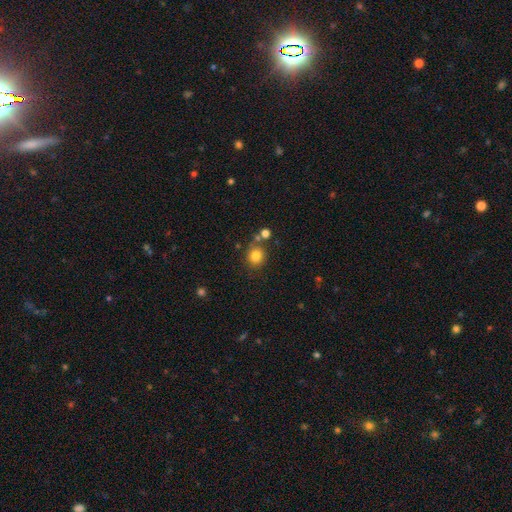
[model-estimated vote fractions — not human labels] A smooth galaxy with no disk features (81%) that is round (82%).

Vote fractions:
- Smooth or featured? smooth: 81% / star or artifact: 11% / featured or disk: 8%
- How rounded? round: 82% / in between: 17% / cigar-shaped: 1%
- Merging? none: 69% / merger: 15% / minor disturbance: 12% / major disturbance: 5%